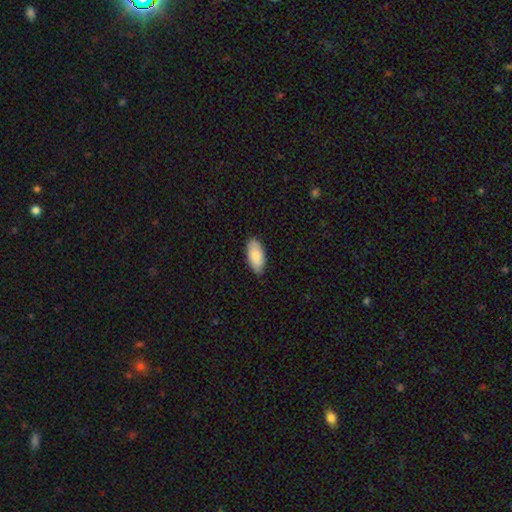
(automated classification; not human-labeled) Morphology: type=smooth (86%); roundness=in between (92%); merging=none (83%).